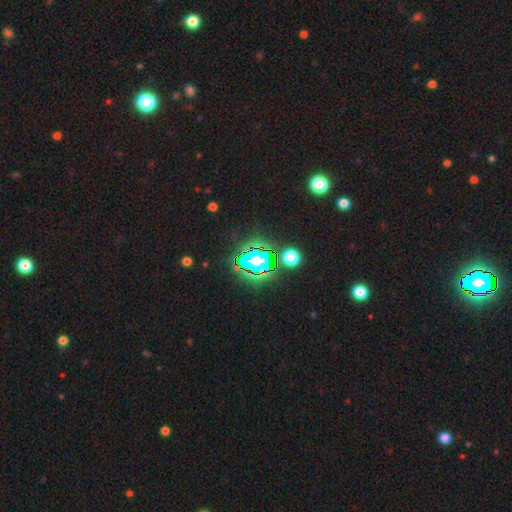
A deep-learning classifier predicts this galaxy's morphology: Smooth or featured: star or artifact — 81% (smooth — 12%)